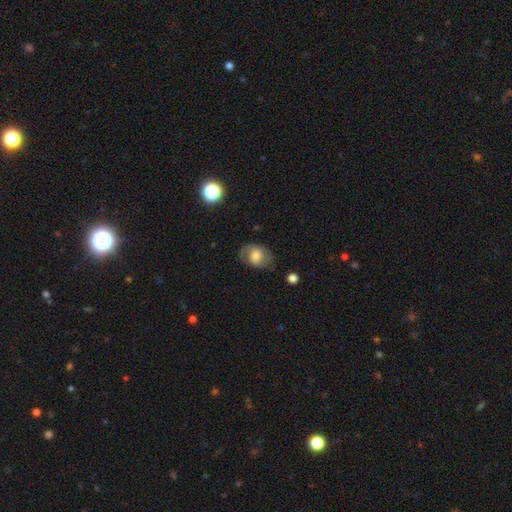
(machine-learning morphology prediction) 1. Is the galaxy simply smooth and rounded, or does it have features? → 63% smooth, 29% featured or disk, 9% star or artifact.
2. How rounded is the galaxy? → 67% in between, 32% round, 1% cigar-shaped.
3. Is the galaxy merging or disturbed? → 66% none, 23% minor disturbance, 10% major disturbance, 2% merger.